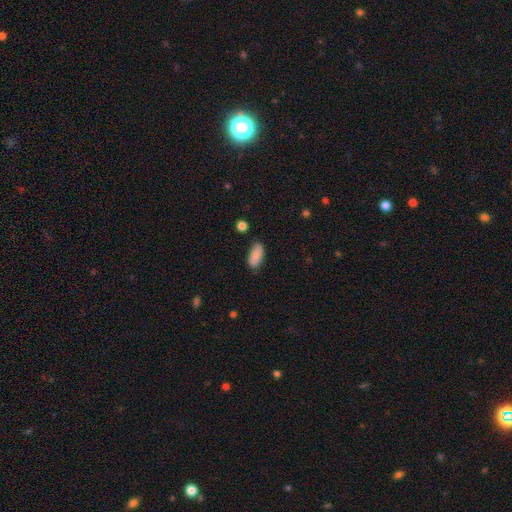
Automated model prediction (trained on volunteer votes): This is clearly a smooth galaxy (87%). How rounded: clearly in between (86%). Merging: likely none (78%).